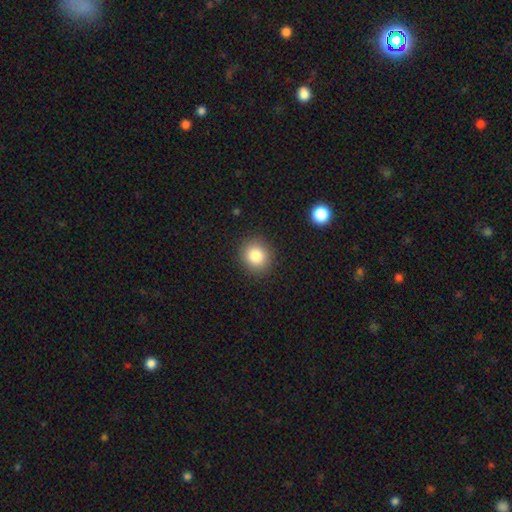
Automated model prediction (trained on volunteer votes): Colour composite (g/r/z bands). It shows a smooth galaxy with no disk features (83%) that is round (85%). Merging: none (90%).